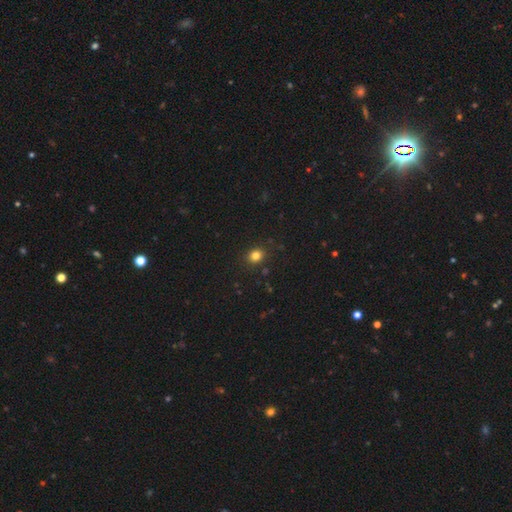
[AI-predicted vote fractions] This appears to be a smooth galaxy with no disk features (81%) that is round (64%). Merging: none (88%).